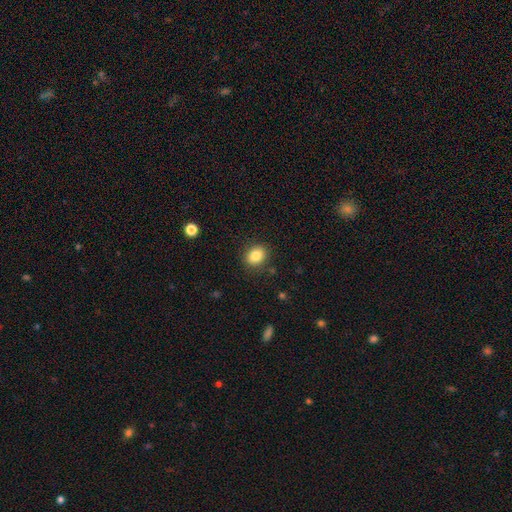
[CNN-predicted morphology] This appears to be a smooth galaxy with no disk features (84%) that is round (57%). Merging: none (87%).